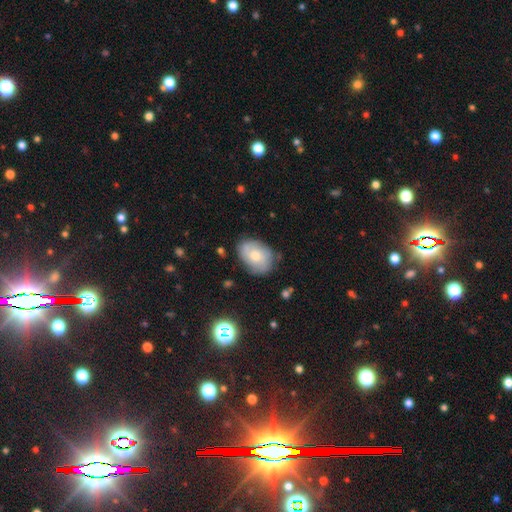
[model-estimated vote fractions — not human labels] Q: Smooth or featured?
A: smooth (55%); runner-up: featured or disk (38%)
Q: How rounded?
A: in between (76%); runner-up: round (23%)
Q: Merging?
A: none (73%); runner-up: minor disturbance (20%)